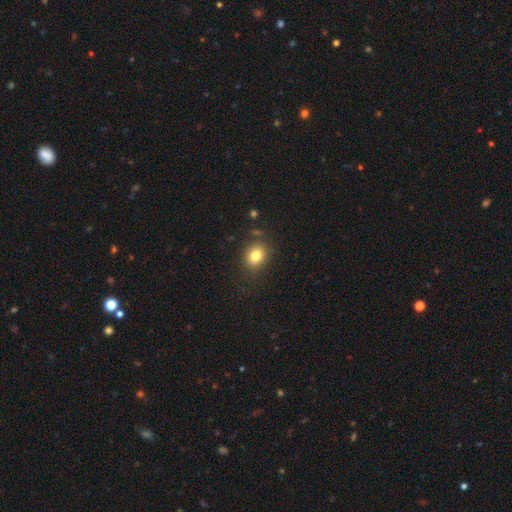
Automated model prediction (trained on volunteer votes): Smooth or featured?
  - smooth: 81% *
  - star or artifact: 11%
  - featured or disk: 8%
How rounded?
  - round: 53% *
  - in between: 46%
  - cigar-shaped: 1%
Merging?
  - none: 82% *
  - minor disturbance: 12%
  - major disturbance: 4%
  - merger: 3%